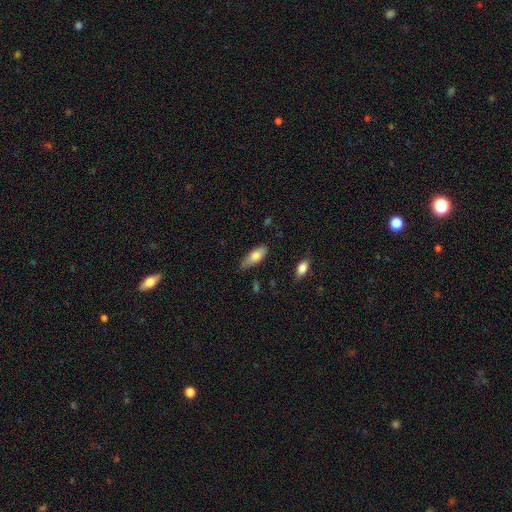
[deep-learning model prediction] A smooth galaxy with no disk features (78%) that is in between round and cigar-shaped (75%). Merging: none (69%).